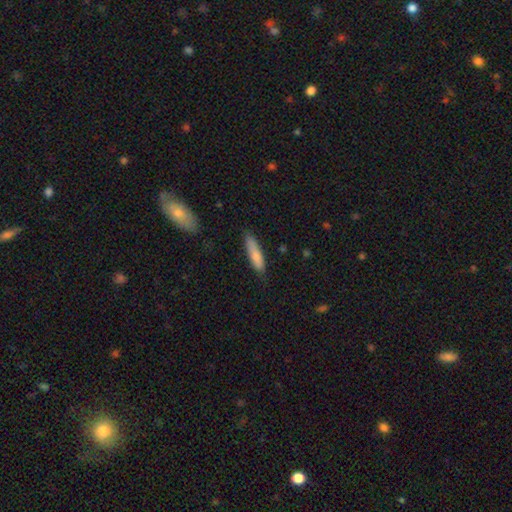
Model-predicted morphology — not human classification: smooth 78%, featured or disk 16%, star or artifact 6%. Down the decision tree: how rounded — cigar-shaped (75%); merging — none (75%).